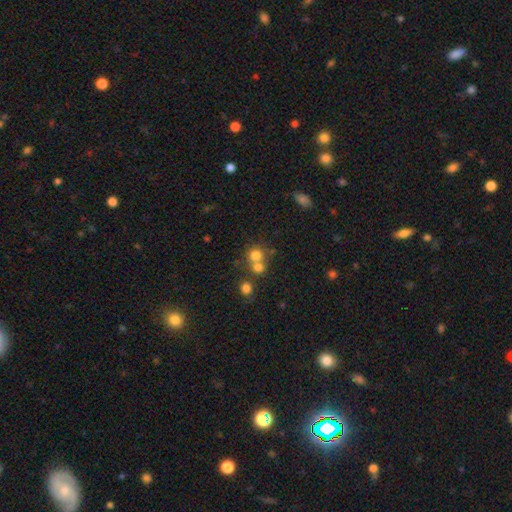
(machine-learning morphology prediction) smooth-or-featured: smooth: 73% | star or artifact: 15% | featured or disk: 12%
  how-rounded: round: 86% | in between: 13% | cigar-shaped: 1%
  merging: none: 46% | merger: 44% | minor disturbance: 6% | major disturbance: 3%